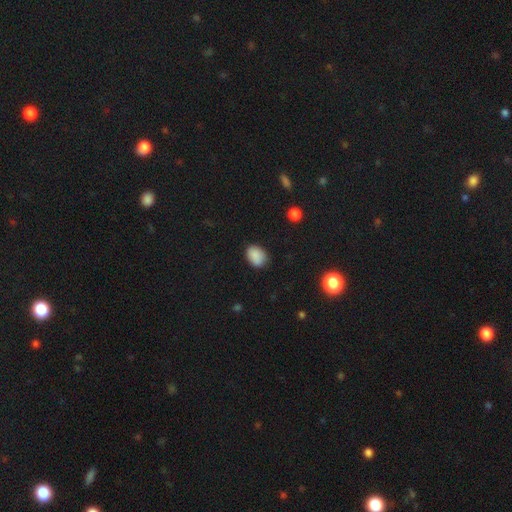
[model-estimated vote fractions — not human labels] Smooth or featured?
  - smooth: 88% *
  - star or artifact: 9%
  - featured or disk: 4%
How rounded?
  - in between: 66% *
  - round: 33%
  - cigar-shaped: 1%
Merging?
  - none: 82% *
  - minor disturbance: 14%
  - major disturbance: 3%
  - merger: 1%